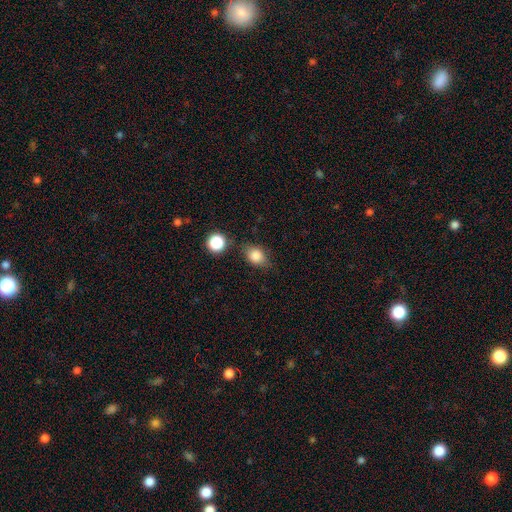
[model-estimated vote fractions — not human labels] Smooth or featured?
  - smooth: 80% *
  - star or artifact: 10%
  - featured or disk: 10%
How rounded?
  - in between: 60% *
  - round: 38%
  - cigar-shaped: 2%
Merging?
  - none: 69% *
  - minor disturbance: 20%
  - merger: 6%
  - major disturbance: 6%